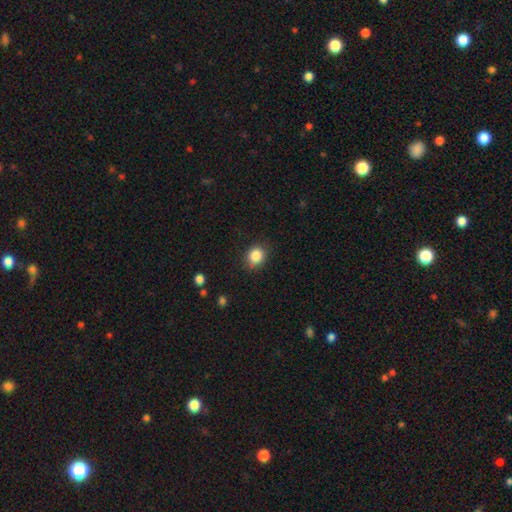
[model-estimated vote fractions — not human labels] smooth_or_featured: smooth (p=0.86) [alt: star or artifact p=0.10]
how_rounded: round (p=0.62) [alt: in between p=0.37]
merging: none (p=0.82) [alt: minor disturbance p=0.14]